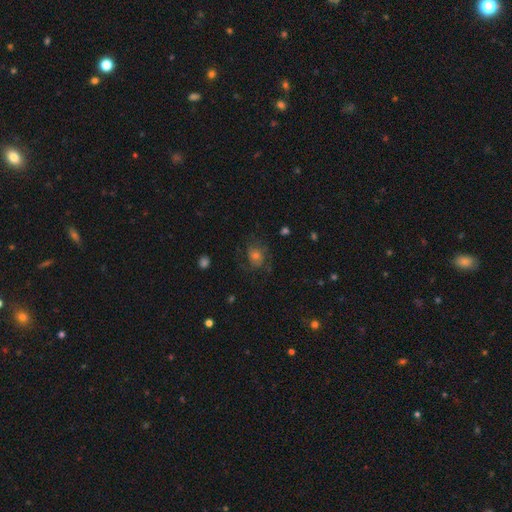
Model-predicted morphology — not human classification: Smooth or featured: featured or disk — 47% (smooth — 32%)
Merging: none — 68% (minor disturbance — 17%)